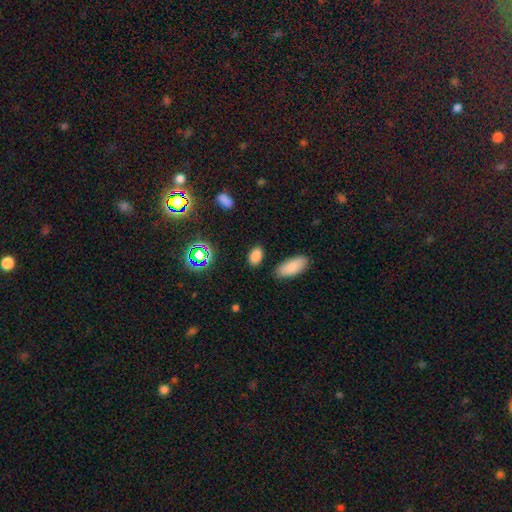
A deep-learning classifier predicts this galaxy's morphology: Overall: smooth (82%). How rounded: in between (90%). Merging: none (85%).